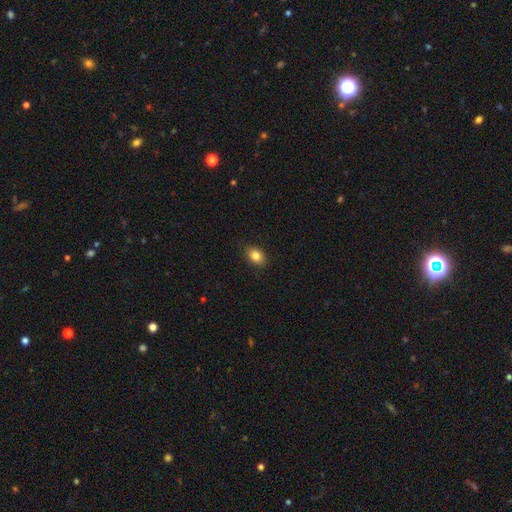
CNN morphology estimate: Smooth or featured? smooth (84%)
How rounded? in between (69%)
Merging? none (87%)